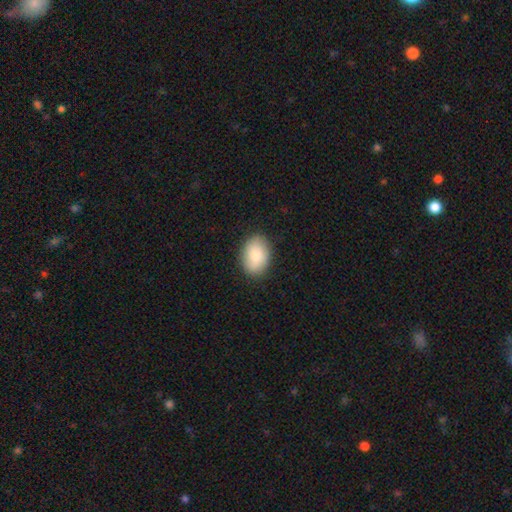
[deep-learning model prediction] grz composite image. It shows a smooth galaxy with no disk features (85%) that is in between round and cigar-shaped (81%). Merging: none (86%).